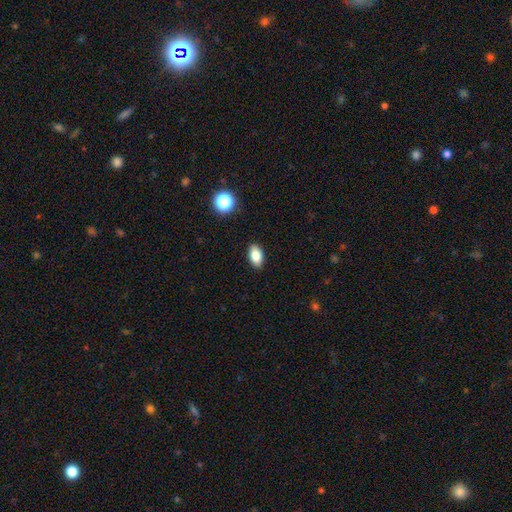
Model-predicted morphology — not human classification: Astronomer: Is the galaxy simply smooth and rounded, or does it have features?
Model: smooth — 84%.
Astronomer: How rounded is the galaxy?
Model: in between — 91%.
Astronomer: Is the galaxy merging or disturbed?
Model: none — 90%.